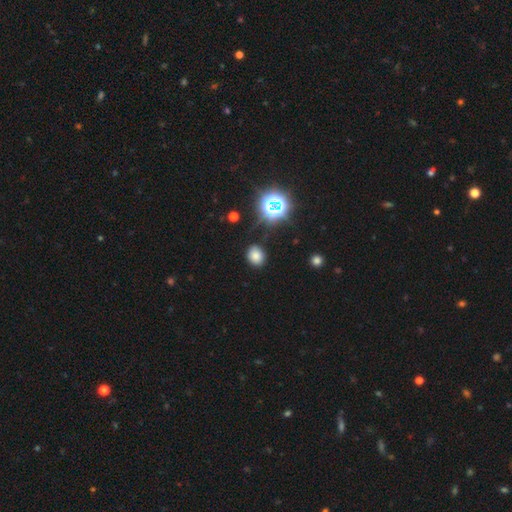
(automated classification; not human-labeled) smooth-or-featured: smooth: 73% | star or artifact: 20% | featured or disk: 7%
  how-rounded: round: 57% | in between: 42% | cigar-shaped: 1%
  merging: none: 81% | minor disturbance: 13% | major disturbance: 4% | merger: 2%